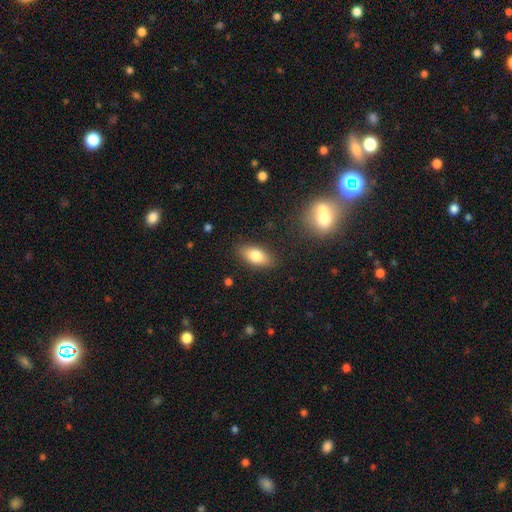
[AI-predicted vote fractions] A smooth galaxy with no disk features (80%) that is in between round and cigar-shaped (88%).

Vote fractions:
- Smooth or featured? smooth: 80% / featured or disk: 13% / star or artifact: 8%
- How rounded? in between: 88% / cigar-shaped: 8% / round: 5%
- Merging? none: 86% / minor disturbance: 10% / major disturbance: 3% / merger: 2%